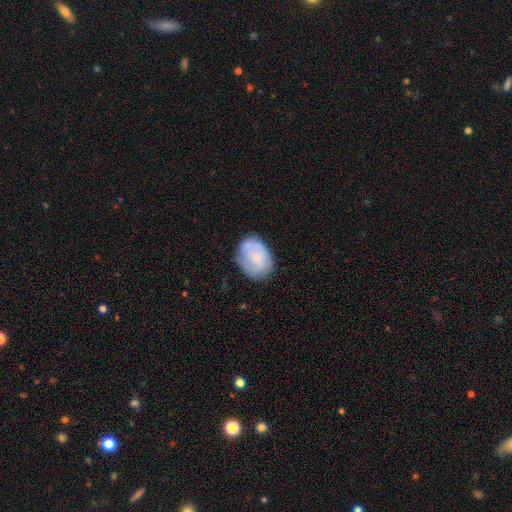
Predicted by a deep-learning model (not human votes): Morphology: type=smooth (58%); roundness=in between (65%); merging=none (63%).